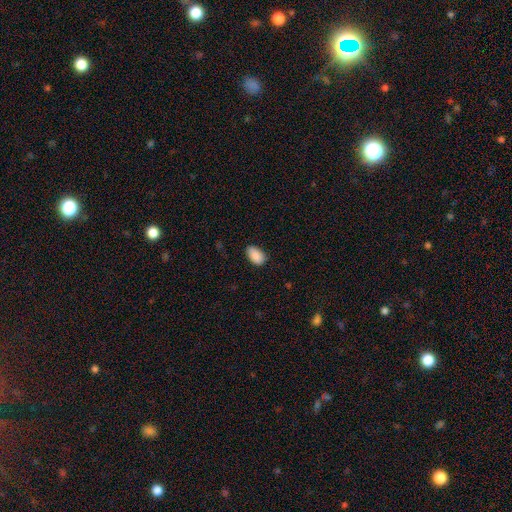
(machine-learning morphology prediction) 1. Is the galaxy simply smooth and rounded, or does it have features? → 89% smooth, 7% star or artifact, 4% featured or disk.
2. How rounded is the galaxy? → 92% in between, 6% round, 1% cigar-shaped.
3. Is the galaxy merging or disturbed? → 80% none, 16% minor disturbance, 3% major disturbance, 1% merger.